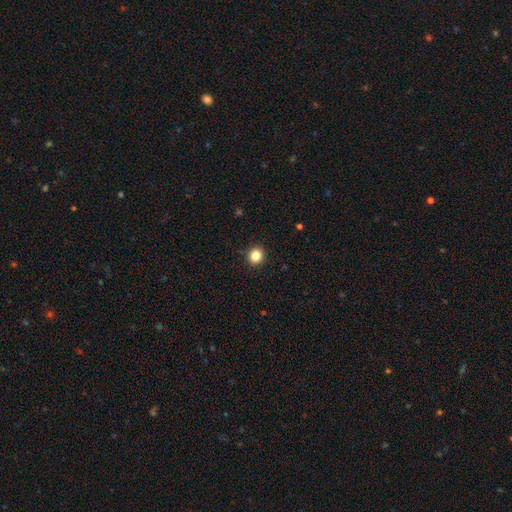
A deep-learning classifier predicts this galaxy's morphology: This appears to be a smooth galaxy with no disk features (85%) that is round (82%). Merging: none (92%).